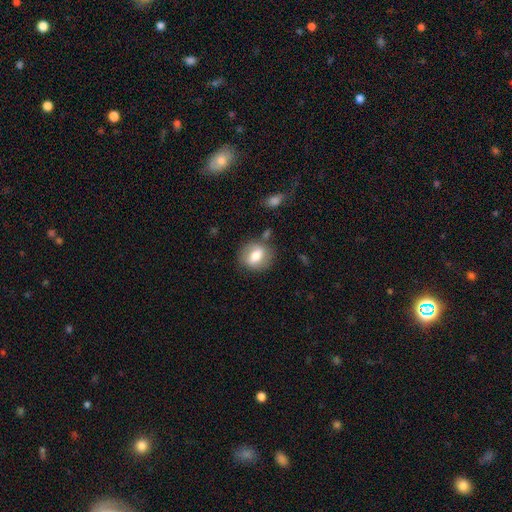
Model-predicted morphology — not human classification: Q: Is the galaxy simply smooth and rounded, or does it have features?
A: smooth — 66%.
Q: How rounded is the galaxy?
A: round — 61%.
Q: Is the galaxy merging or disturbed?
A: none — 76%.